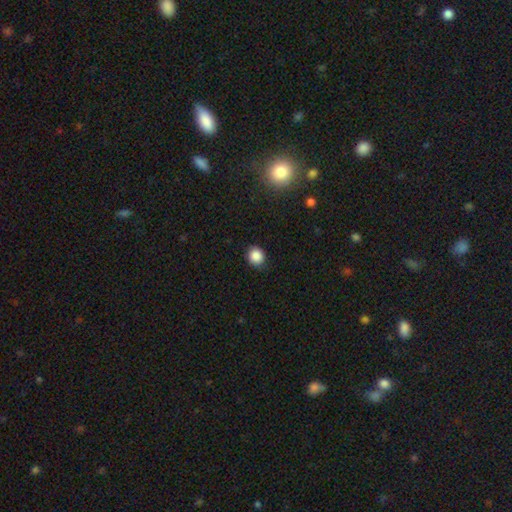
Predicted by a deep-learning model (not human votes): Morphology: type=smooth (87%); roundness=round (81%); merging=none (86%).